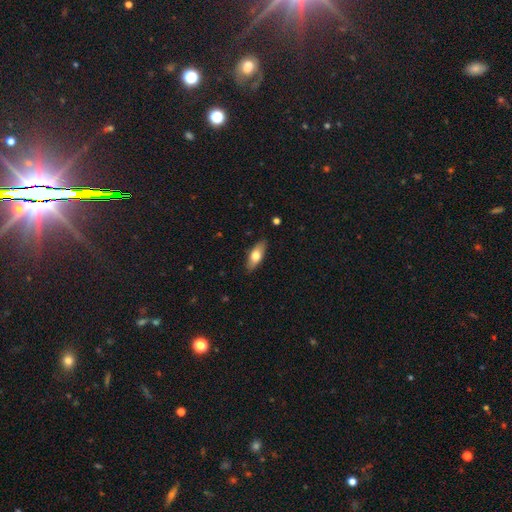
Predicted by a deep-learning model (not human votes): Smooth or featured: smooth — 66% (featured or disk — 28%)
How rounded: in between — 75% (cigar-shaped — 22%)
Merging: none — 86% (minor disturbance — 11%)